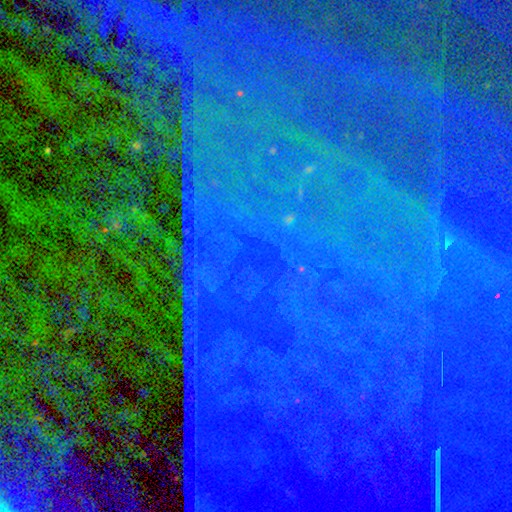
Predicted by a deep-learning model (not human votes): This appears to be a star or artifact, not a galaxy (87%).